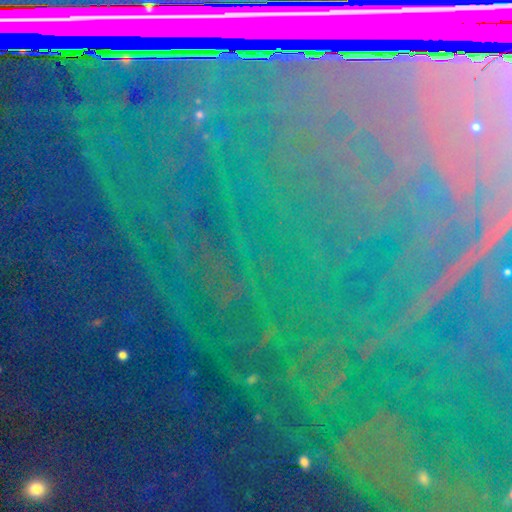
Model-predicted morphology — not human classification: star or artifact 87%, featured or disk 7%, smooth 6%.